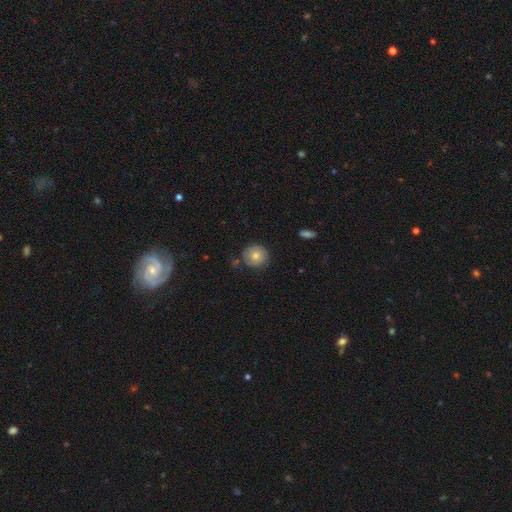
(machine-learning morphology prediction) A smooth galaxy with no disk features (76%) that is round (93%).

Vote fractions:
- Smooth or featured? smooth: 76% / featured or disk: 15% / star or artifact: 9%
- How rounded? round: 93% / in between: 6% / cigar-shaped: 1%
- Merging? none: 83% / minor disturbance: 12% / merger: 3% / major disturbance: 3%